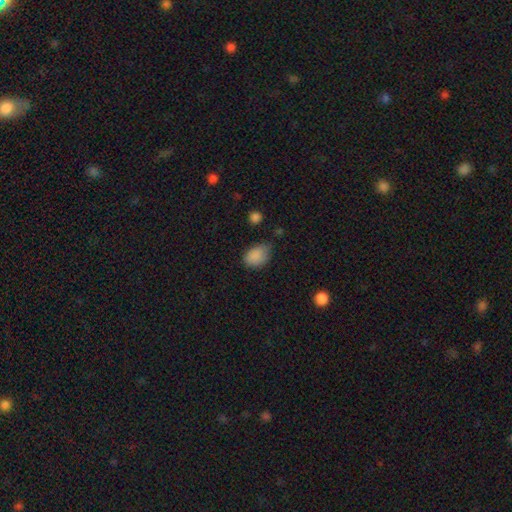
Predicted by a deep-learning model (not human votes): Smooth or featured?
  - smooth: 86% *
  - star or artifact: 9%
  - featured or disk: 5%
How rounded?
  - in between: 79% *
  - round: 20%
  - cigar-shaped: 1%
Merging?
  - none: 59% *
  - minor disturbance: 32%
  - major disturbance: 7%
  - merger: 2%